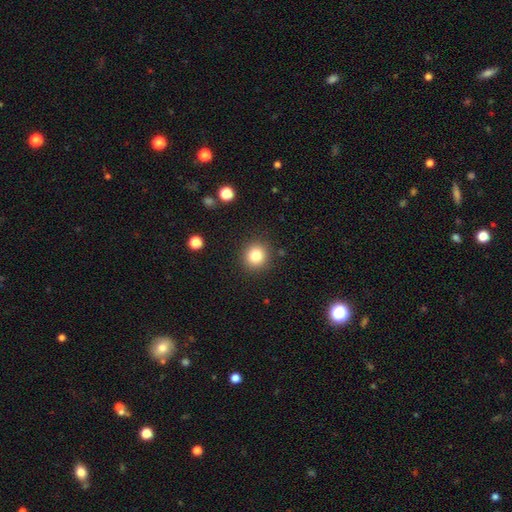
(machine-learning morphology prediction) smooth_or_featured: smooth (p=0.82) [alt: star or artifact p=0.11]
how_rounded: round (p=0.90) [alt: in between p=0.09]
merging: none (p=0.89) [alt: minor disturbance p=0.07]